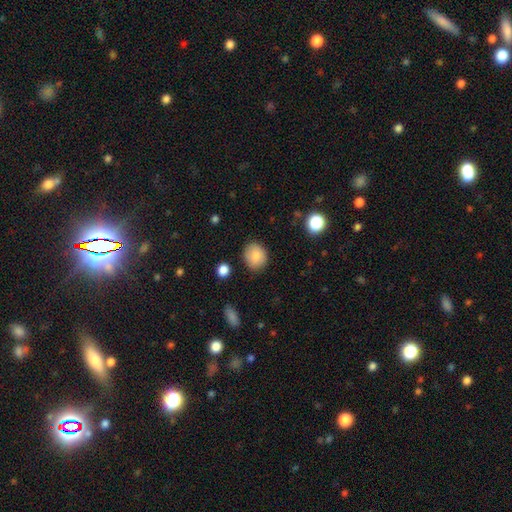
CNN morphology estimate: Overall: smooth (85%). How rounded: round (64%; in between 35%). Merging: none (84%).